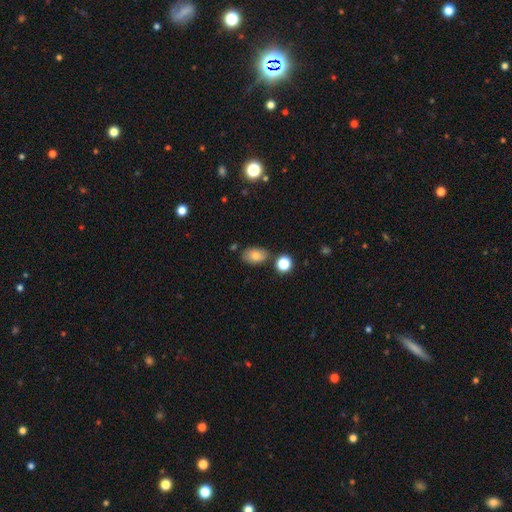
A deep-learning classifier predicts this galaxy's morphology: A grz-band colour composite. It shows a smooth galaxy with no disk features (80%) that is in between round and cigar-shaped (87%). Merging: none (75%).